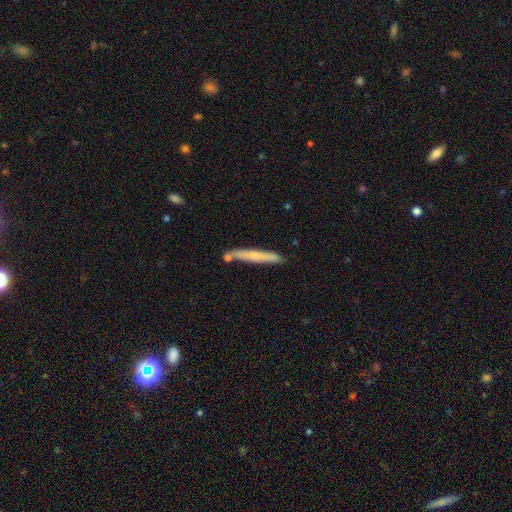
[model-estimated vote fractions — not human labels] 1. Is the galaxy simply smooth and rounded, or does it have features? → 56% smooth, 38% featured or disk, 6% star or artifact.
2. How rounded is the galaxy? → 96% cigar-shaped, 3% in between, 1% round.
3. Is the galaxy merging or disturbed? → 82% none, 11% minor disturbance, 6% merger, 2% major disturbance.